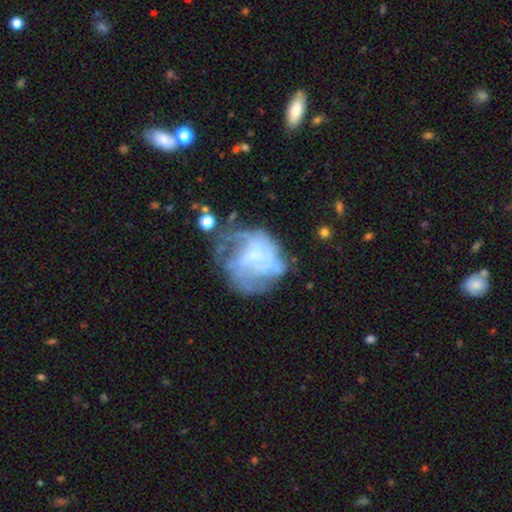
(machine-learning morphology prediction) Smooth or featured: featured or disk — 68% (smooth — 22%)
Edge-on disk: no — 98% (yes — 2%)
Bar: no — 68% (weak — 26%)
Spiral arms: yes — 63% (no — 37%)
Bulge size: none — 52% (small — 27%)
Merging: none — 43% (major disturbance — 30%)